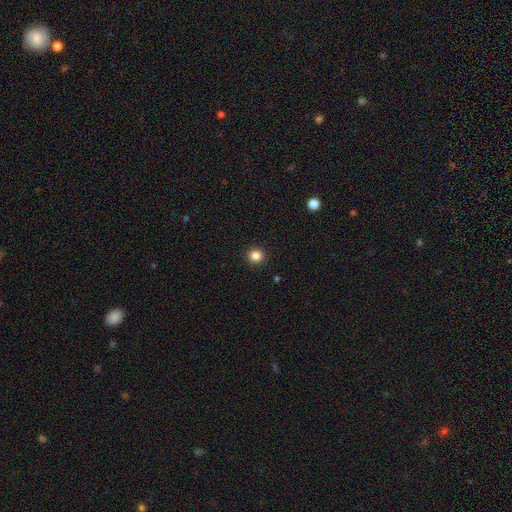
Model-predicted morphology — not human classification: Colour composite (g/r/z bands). It shows a smooth galaxy with no disk features (84%) that is round (93%). Merging: none (93%).